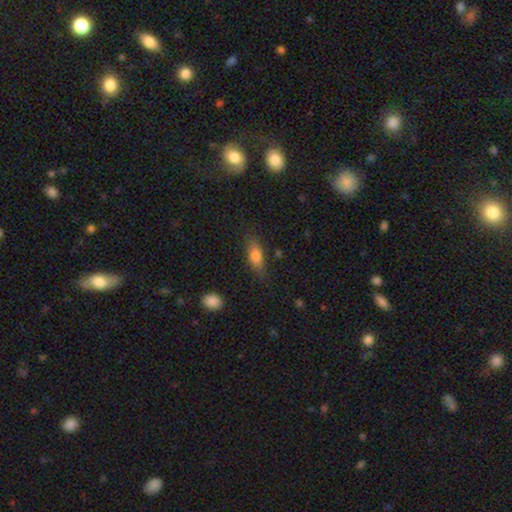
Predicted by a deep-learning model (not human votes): This is likely a smooth galaxy (75%). How rounded: likely in between (72%). Merging: likely none (76%).